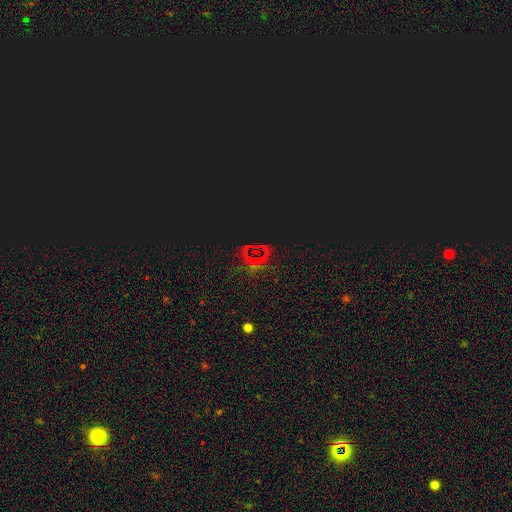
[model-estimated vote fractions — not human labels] smooth_or_featured: star or artifact (p=0.81) [alt: smooth p=0.12]